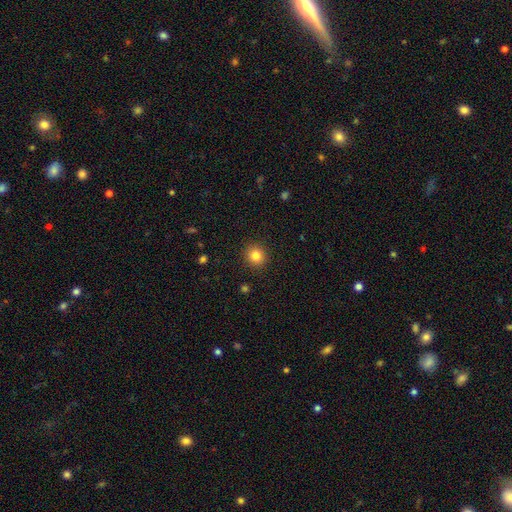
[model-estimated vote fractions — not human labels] This appears to be a smooth galaxy with no disk features (83%) that is round (90%). Merging: none (91%).